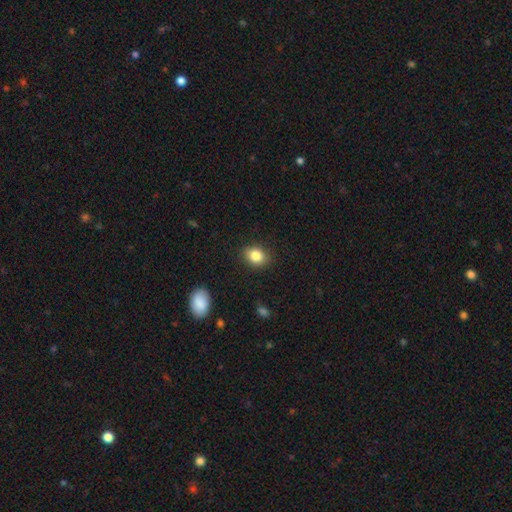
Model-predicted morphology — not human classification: smooth-or-featured: smooth: 85% | star or artifact: 9% | featured or disk: 6%
  how-rounded: in between: 56% | round: 43% | cigar-shaped: 1%
  merging: none: 87% | minor disturbance: 10% | major disturbance: 2% | merger: 1%